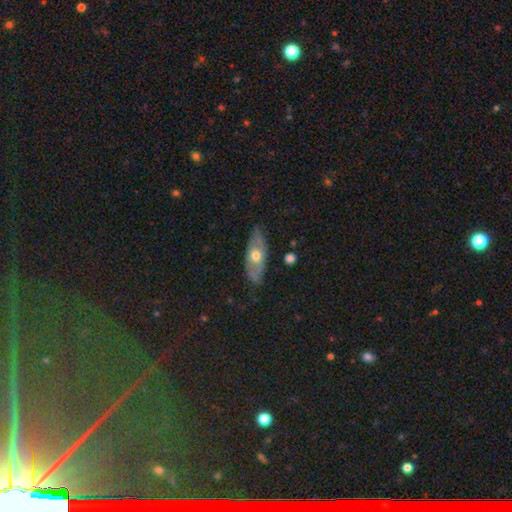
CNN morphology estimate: featured or disk 55%, smooth 39%, star or artifact 6%. Down the decision tree: edge-on disk — no (68%); merging — none (77%).